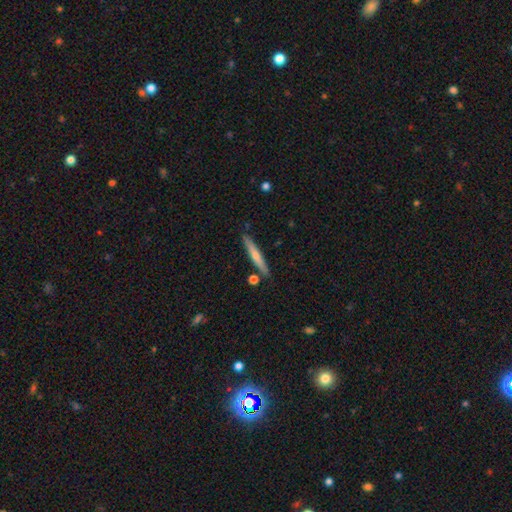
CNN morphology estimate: Smooth or featured? smooth (53%)
How rounded? cigar-shaped (93%)
Merging? none (85%)